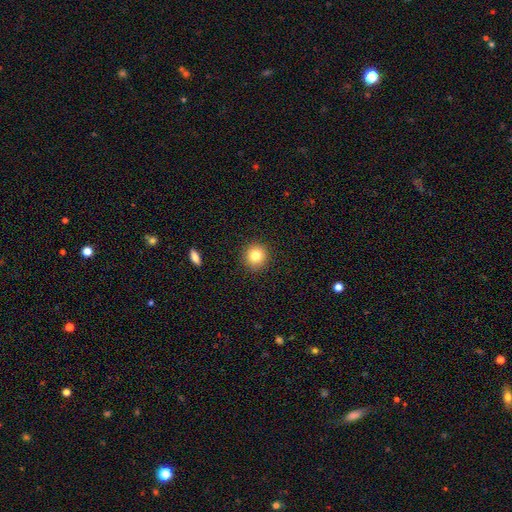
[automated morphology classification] type=smooth (81%); roundness=round (93%); merging=none (91%).